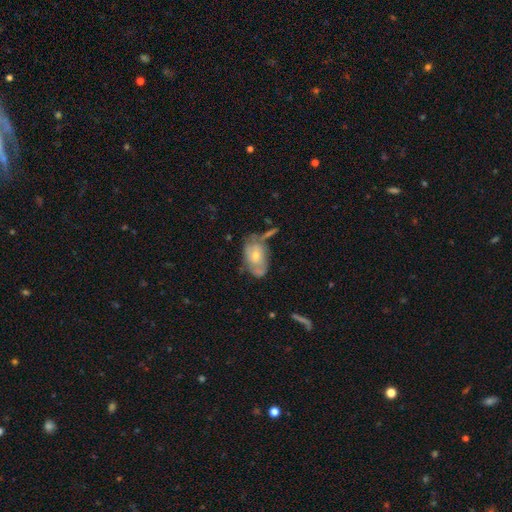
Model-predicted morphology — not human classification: smooth_or_featured: smooth (p=0.49) [alt: featured or disk p=0.44]
merging: none (p=0.41) [alt: minor disturbance p=0.26]